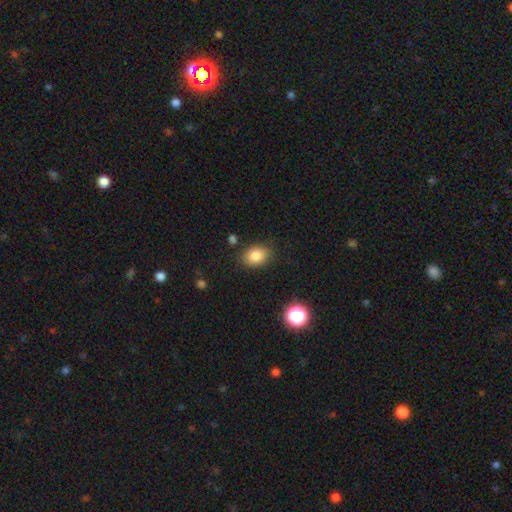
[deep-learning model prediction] Q: Smooth or featured?
A: smooth (84%); runner-up: star or artifact (10%)
Q: How rounded?
A: in between (74%); runner-up: round (25%)
Q: Merging?
A: none (84%); runner-up: minor disturbance (11%)